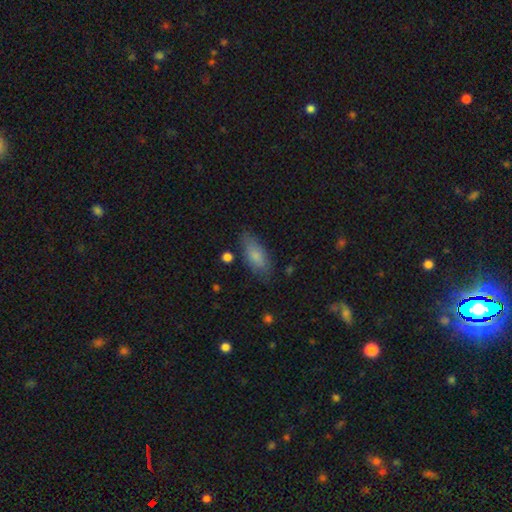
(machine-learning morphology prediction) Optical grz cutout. It shows a smooth galaxy with no disk features (80%) that is in between round and cigar-shaped (79%). Merging: none (75%).